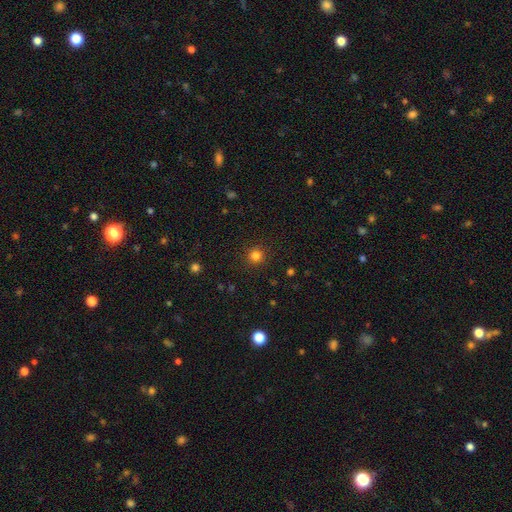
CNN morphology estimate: smooth 82%, star or artifact 14%, featured or disk 4%. Down the decision tree: how rounded — round (94%); merging — none (91%).